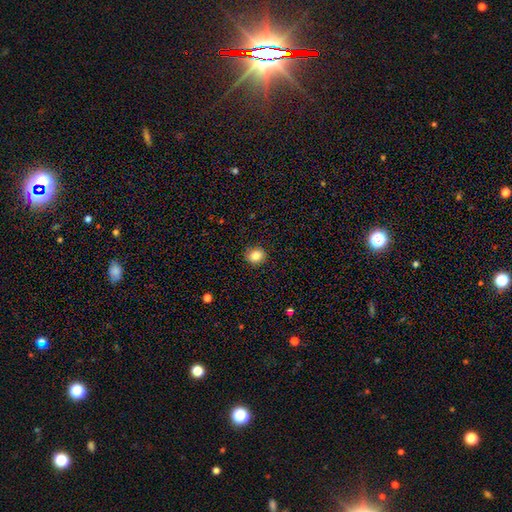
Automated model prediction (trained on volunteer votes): smooth 85%, star or artifact 10%, featured or disk 5%. Down the decision tree: how rounded — round (70%); merging — none (88%).